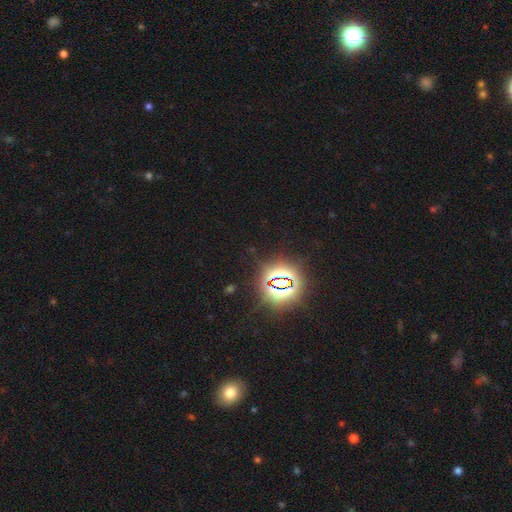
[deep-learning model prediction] Q: Smooth or featured?
A: star or artifact (82%); runner-up: smooth (11%)